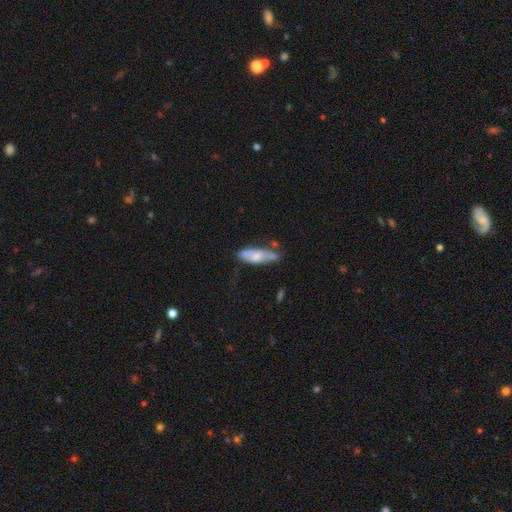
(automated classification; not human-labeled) A smooth galaxy with no disk features (62%) that is in between round and cigar-shaped (56%).

Vote fractions:
- Smooth or featured? smooth: 62% / featured or disk: 32% / star or artifact: 6%
- How rounded? in between: 56% / cigar-shaped: 42% / round: 2%
- Merging? none: 50% / minor disturbance: 31% / major disturbance: 9% / merger: 9%